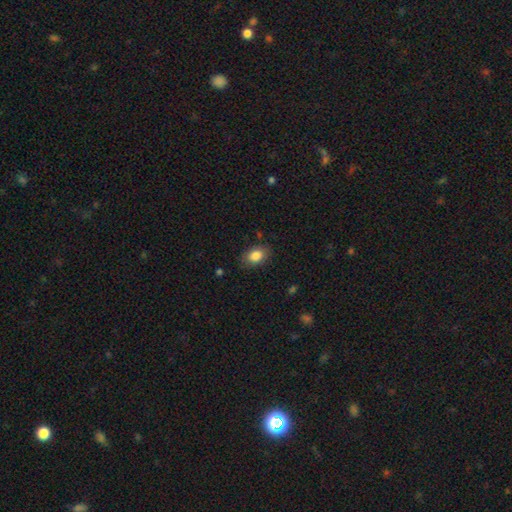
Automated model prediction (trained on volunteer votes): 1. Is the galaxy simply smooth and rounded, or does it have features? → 85% smooth, 8% star or artifact, 7% featured or disk.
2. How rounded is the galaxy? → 81% in between, 18% round, 1% cigar-shaped.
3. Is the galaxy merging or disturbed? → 83% none, 13% minor disturbance, 3% major disturbance, 1% merger.